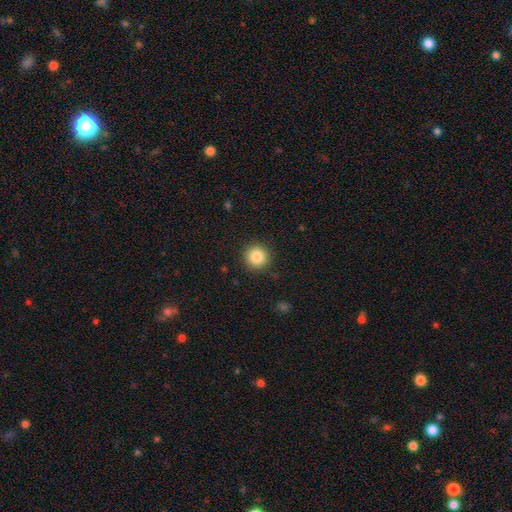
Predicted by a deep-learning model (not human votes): Smooth or featured?
  - smooth: 85% *
  - star or artifact: 10%
  - featured or disk: 5%
How rounded?
  - round: 95% *
  - in between: 4%
  - cigar-shaped: 1%
Merging?
  - none: 91% *
  - minor disturbance: 6%
  - major disturbance: 2%
  - merger: 1%